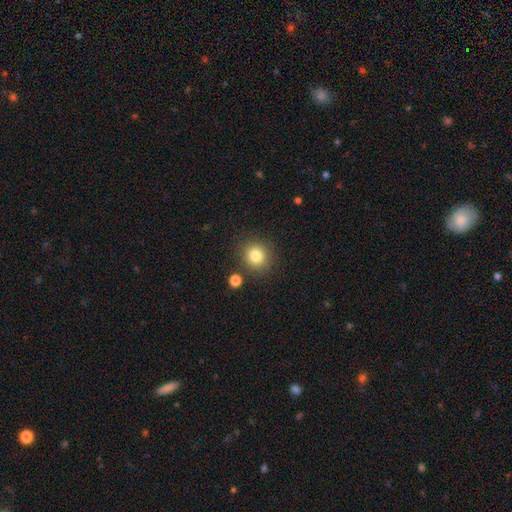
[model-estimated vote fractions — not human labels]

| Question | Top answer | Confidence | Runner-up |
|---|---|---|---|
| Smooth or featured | smooth | 82% | star or artifact (11%) |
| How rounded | round | 85% | in between (15%) |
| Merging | none | 84% | minor disturbance (9%) |